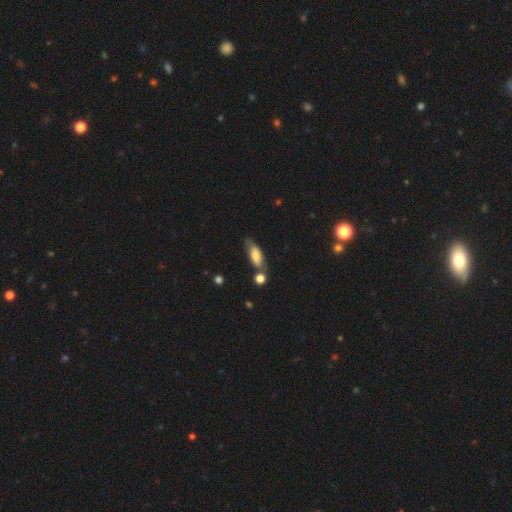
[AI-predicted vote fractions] Smooth or featured? smooth (66%)
How rounded? in between (77%)
Merging? none (54%)